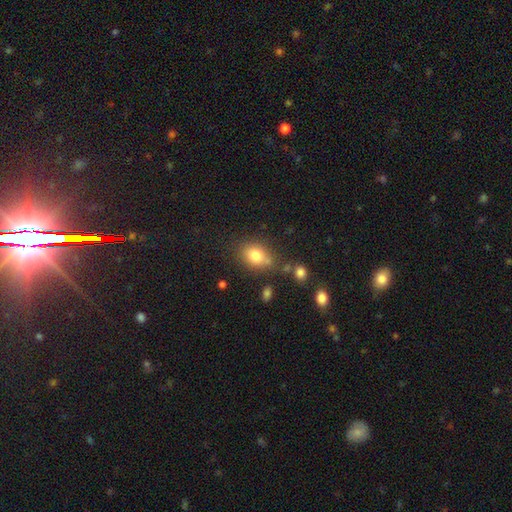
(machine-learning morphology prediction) Smooth or featured? smooth (80%)
How rounded? in between (63%)
Merging? none (67%)